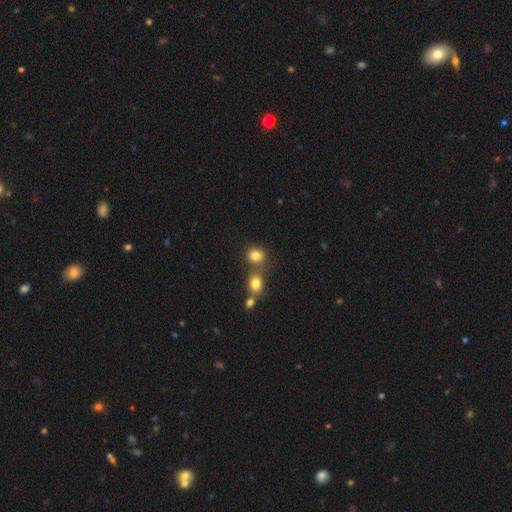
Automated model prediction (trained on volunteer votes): smooth_or_featured: smooth (p=0.82) [alt: star or artifact p=0.12]
how_rounded: round (p=0.70) [alt: in between p=0.29]
merging: none (p=0.59) [alt: merger p=0.28]